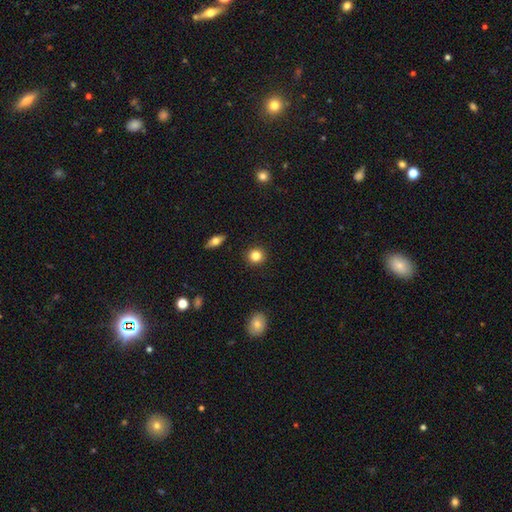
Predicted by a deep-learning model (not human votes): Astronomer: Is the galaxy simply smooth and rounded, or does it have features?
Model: smooth — 84%.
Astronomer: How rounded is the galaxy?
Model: round — 90%.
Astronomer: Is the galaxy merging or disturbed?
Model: none — 92%.